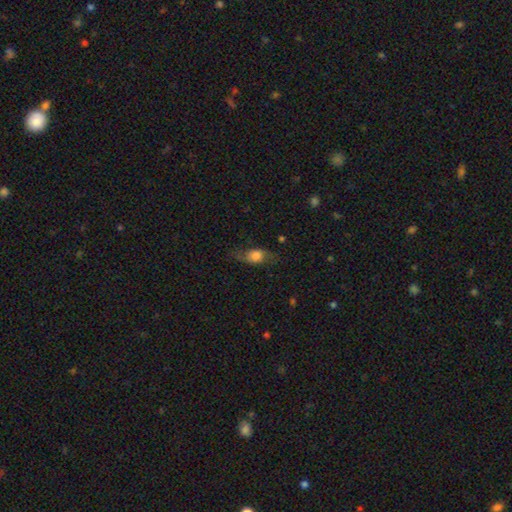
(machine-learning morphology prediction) smooth_or_featured: smooth (p=0.57) [alt: featured or disk p=0.33]
how_rounded: in between (p=0.63) [alt: round p=0.27]
merging: none (p=0.62) [alt: minor disturbance p=0.23]